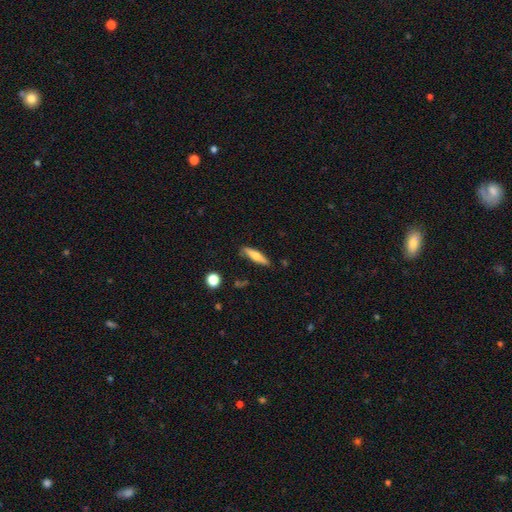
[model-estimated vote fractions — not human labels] The model was most divided on "smooth or featured": smooth: 59%, featured or disk: 35%, star or artifact: 7%. More confident: merging — none (82%); how rounded — cigar-shaped (76%).